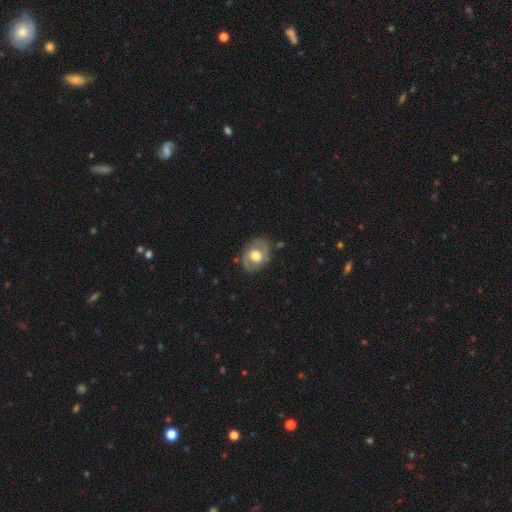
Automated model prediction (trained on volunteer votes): A featured or disk galaxy (56%) with no bar (68%), spiral arms (60%) and a moderate central bulge (54%). Merging: none (77%).